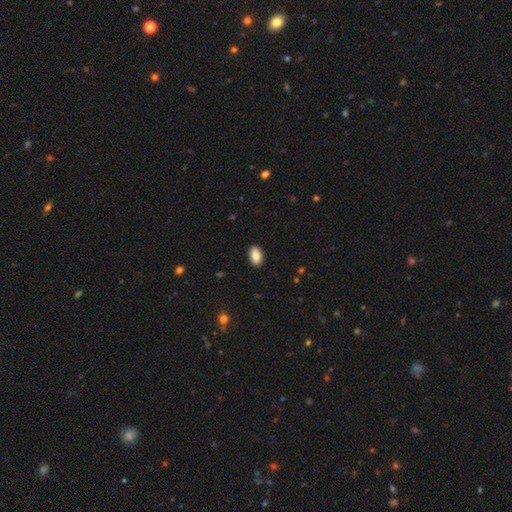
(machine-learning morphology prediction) A smooth galaxy with no disk features (87%) that is in between round and cigar-shaped (92%).

Vote fractions:
- Smooth or featured? smooth: 87% / star or artifact: 7% / featured or disk: 6%
- How rounded? in between: 92% / round: 6% / cigar-shaped: 2%
- Merging? none: 90% / minor disturbance: 7% / major disturbance: 2% / merger: 1%